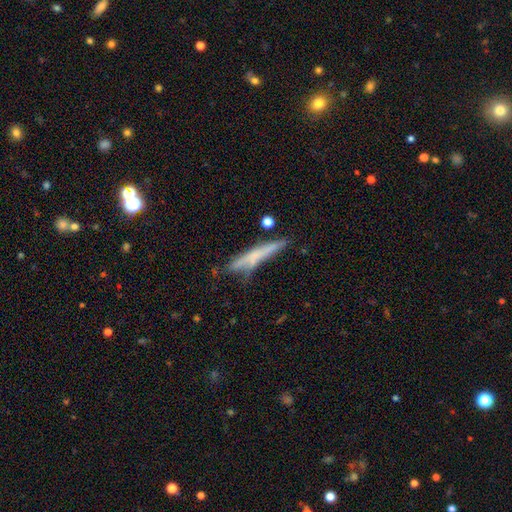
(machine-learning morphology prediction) smooth_or_featured: smooth (p=0.50) [alt: featured or disk p=0.41]
merging: none (p=0.60) [alt: minor disturbance p=0.24]